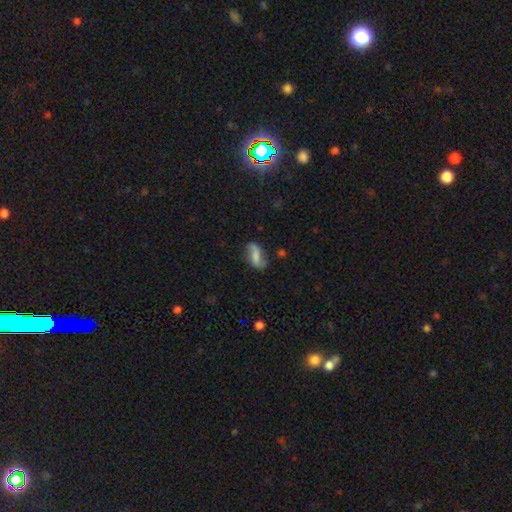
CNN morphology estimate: The model was most divided on "smooth or featured": featured or disk: 49%, smooth: 42%, star or artifact: 9%. More confident: merging — none (65%).